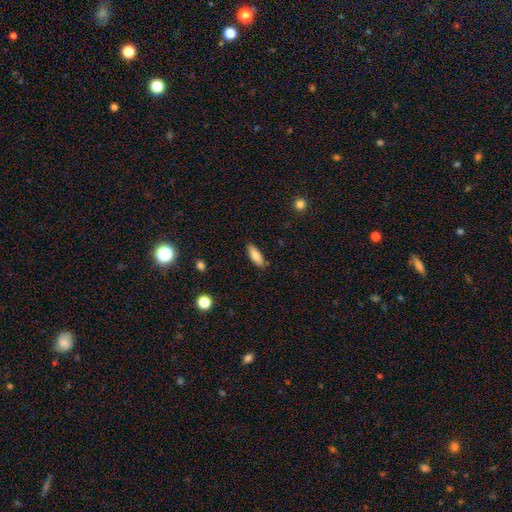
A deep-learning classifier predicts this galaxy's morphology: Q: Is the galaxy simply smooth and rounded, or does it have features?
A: smooth — 83%.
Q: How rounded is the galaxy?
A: in between — 61%.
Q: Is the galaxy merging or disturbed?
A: none — 86%.